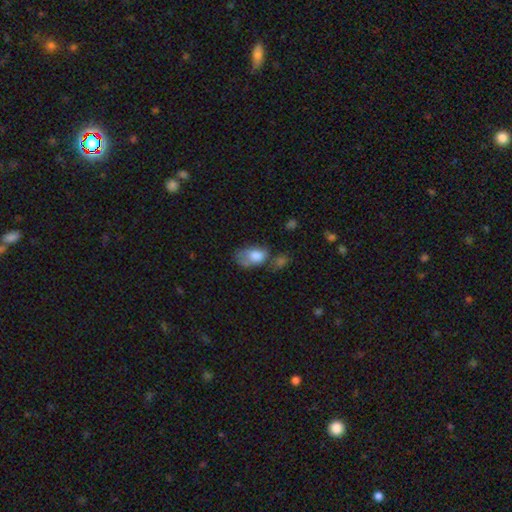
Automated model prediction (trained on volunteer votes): Smooth or featured? Predicted: smooth (p=0.75). How rounded? Predicted: in between (p=0.84). Merging? Predicted: major disturbance (p=0.27).